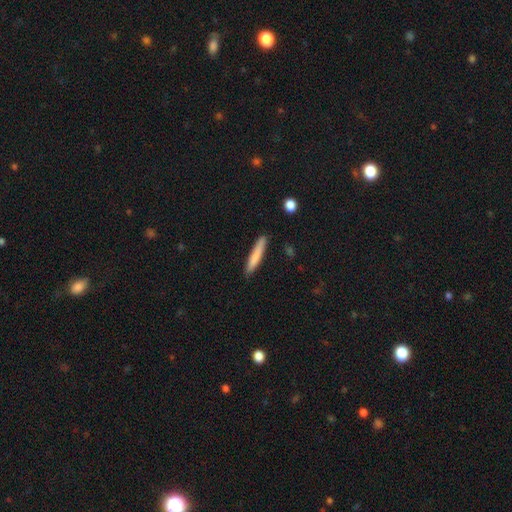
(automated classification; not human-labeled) This is likely a smooth galaxy (79%). How rounded: clearly cigar-shaped (93%). Merging: clearly none (87%).